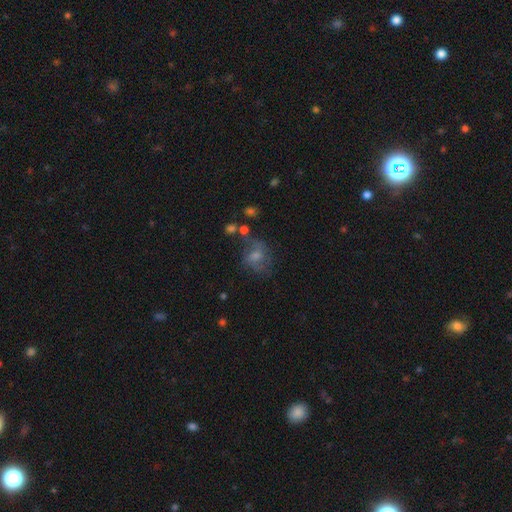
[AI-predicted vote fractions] smooth-or-featured: featured or disk: 46% | smooth: 33% | star or artifact: 21%
  merging: none: 58% | minor disturbance: 20% | major disturbance: 15% | merger: 7%